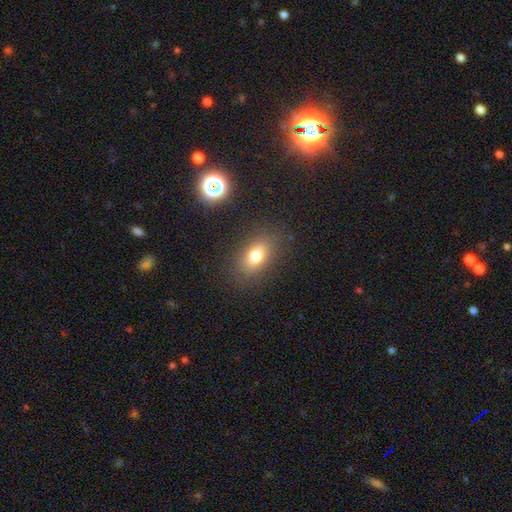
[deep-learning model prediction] smooth 76%, star or artifact 12%, featured or disk 12%. Down the decision tree: how rounded — in between (81%); merging — none (84%).